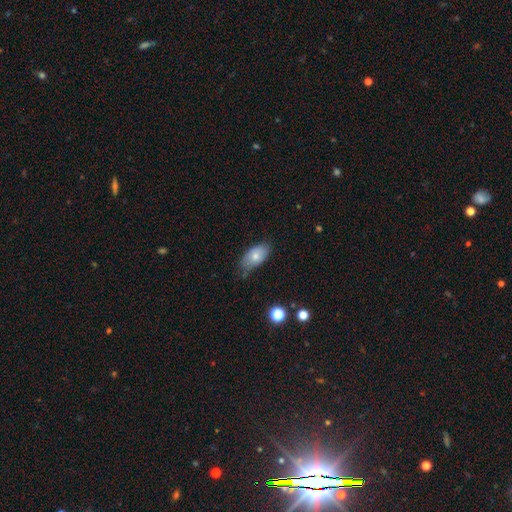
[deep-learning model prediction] Overall: smooth (76%). How rounded: in between (92%). Merging: none (63%; minor disturbance 29%).